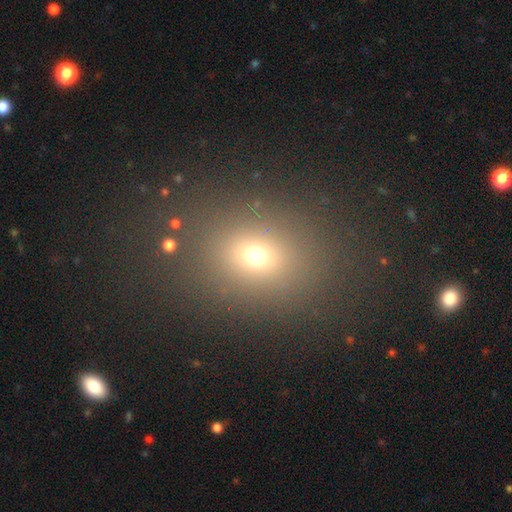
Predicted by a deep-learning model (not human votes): smooth-or-featured: smooth: 66% | star or artifact: 23% | featured or disk: 10%
  how-rounded: round: 53% | in between: 45% | cigar-shaped: 1%
  merging: none: 83% | minor disturbance: 9% | major disturbance: 5% | merger: 3%